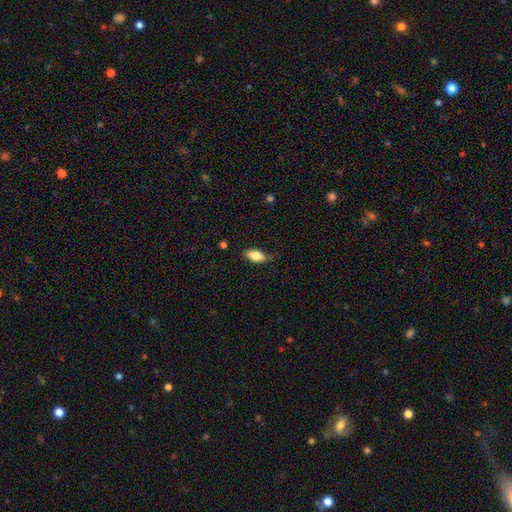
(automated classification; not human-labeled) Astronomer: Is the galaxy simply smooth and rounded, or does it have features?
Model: smooth — 80%.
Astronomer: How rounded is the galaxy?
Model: in between — 87%.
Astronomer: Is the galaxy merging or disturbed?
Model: none — 65%.